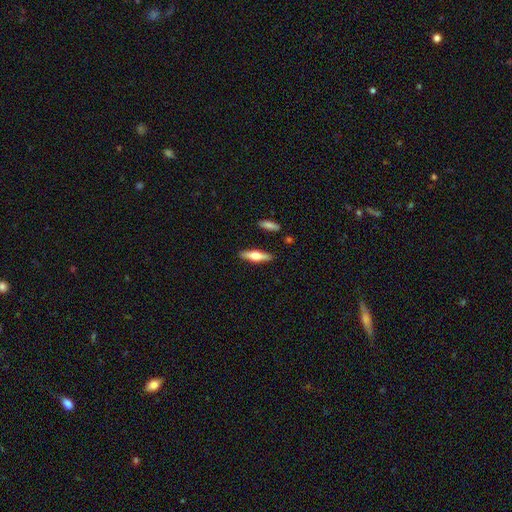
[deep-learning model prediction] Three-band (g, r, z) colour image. It shows a smooth galaxy with no disk features (51%) that is cigar-shaped (67%). Merging: none (87%).